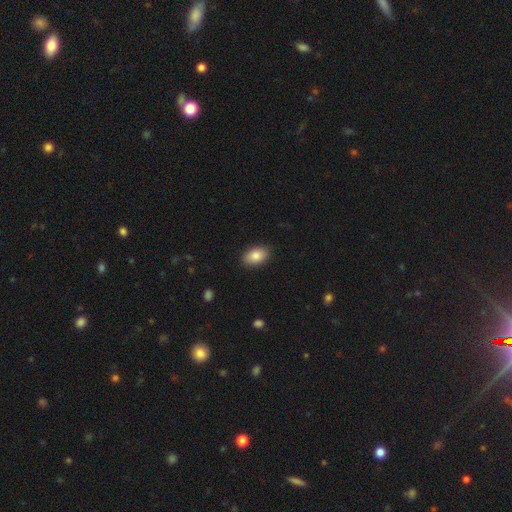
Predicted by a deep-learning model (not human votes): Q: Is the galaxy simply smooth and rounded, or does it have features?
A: smooth — 86%.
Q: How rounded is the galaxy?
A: in between — 90%.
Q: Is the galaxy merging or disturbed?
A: none — 89%.